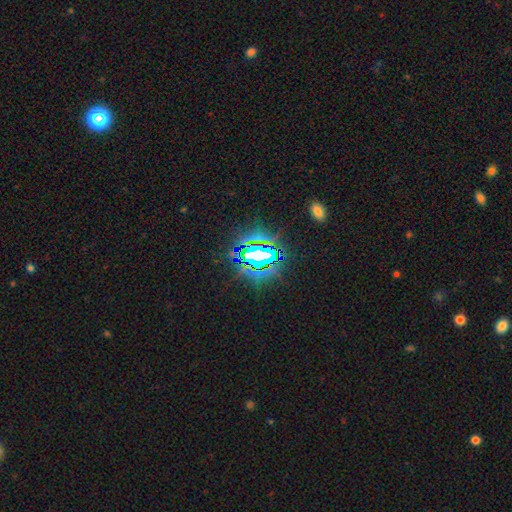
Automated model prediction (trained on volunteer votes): smooth-or-featured: star or artifact: 75% | smooth: 13% | featured or disk: 12%